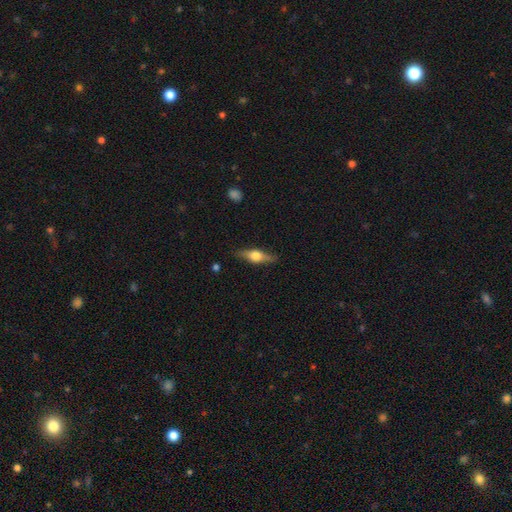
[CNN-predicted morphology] Q: Smooth or featured?
A: featured or disk (60%); runner-up: smooth (34%)
Q: Edge-on disk?
A: yes (94%); runner-up: no (6%)
Q: Edge-on bulge?
A: rounded (93%); runner-up: boxy (5%)
Q: Merging?
A: none (86%); runner-up: minor disturbance (11%)